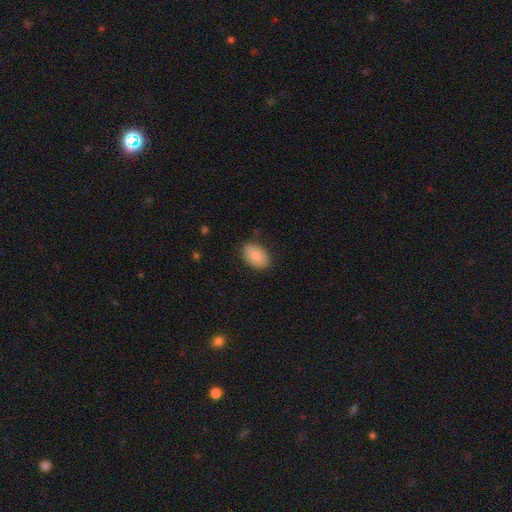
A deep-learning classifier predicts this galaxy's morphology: Smooth or featured? Predicted: smooth (p=0.79). How rounded? Predicted: in between (p=0.84). Merging? Predicted: none (p=0.85).